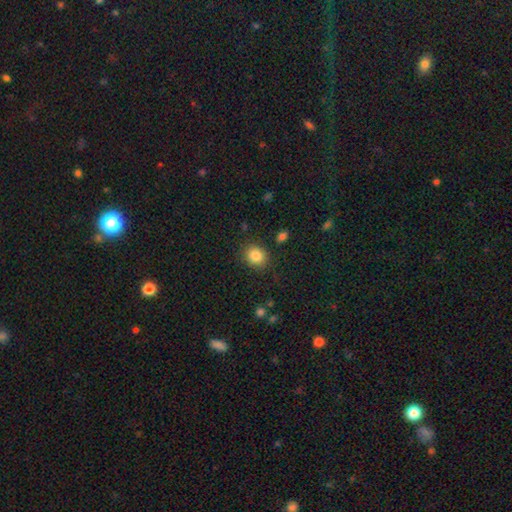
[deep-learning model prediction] A smooth galaxy with no disk features (85%) that is round (75%). Merging: none (87%).